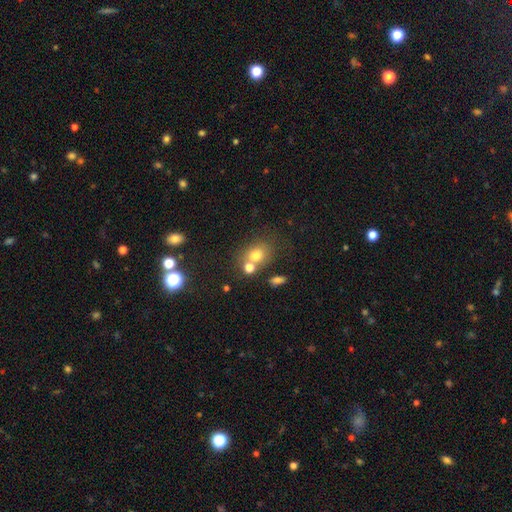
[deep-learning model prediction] smooth-or-featured: smooth: 71% | star or artifact: 15% | featured or disk: 14%
  how-rounded: round: 54% | in between: 45% | cigar-shaped: 1%
  merging: none: 50% | merger: 32% | minor disturbance: 12% | major disturbance: 6%